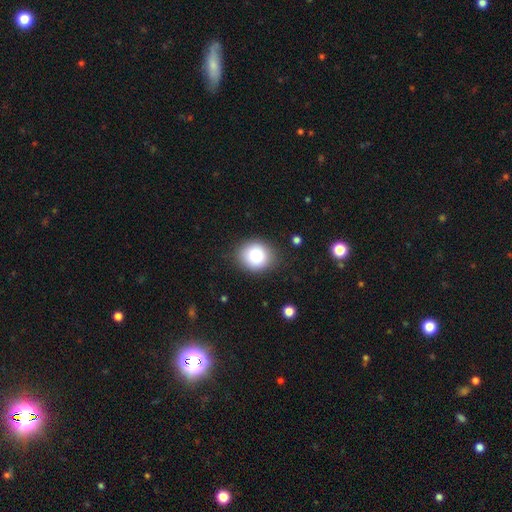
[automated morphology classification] Overall: smooth (82%). How rounded: round (73%). Merging: none (86%).